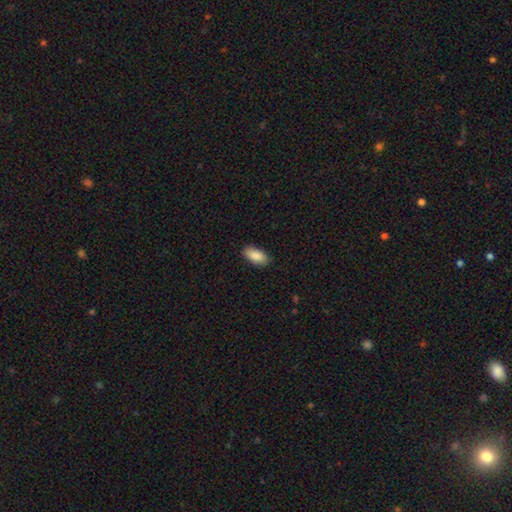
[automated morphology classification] smooth 88%, star or artifact 6%, featured or disk 5%. Down the decision tree: how rounded — in between (92%); merging — none (85%).